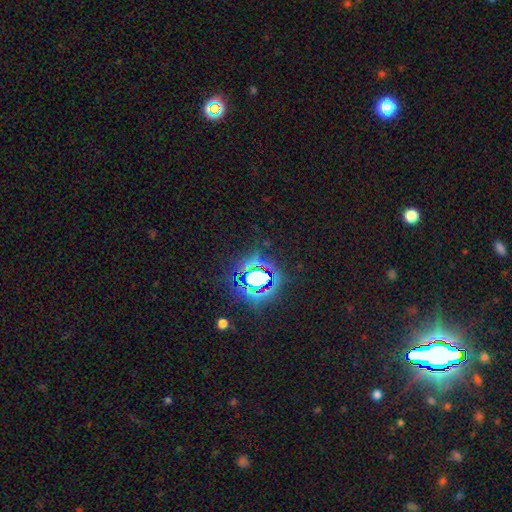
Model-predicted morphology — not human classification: A star or artifact, not a galaxy (81%).